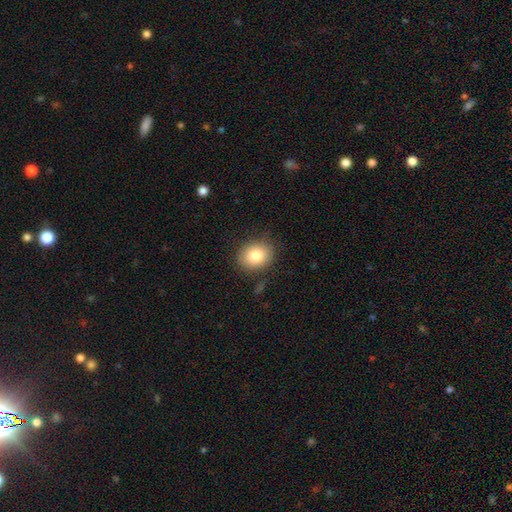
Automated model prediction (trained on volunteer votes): Smooth or featured? Predicted: smooth (p=0.82). How rounded? Predicted: round (p=0.56). Merging? Predicted: none (p=0.84).